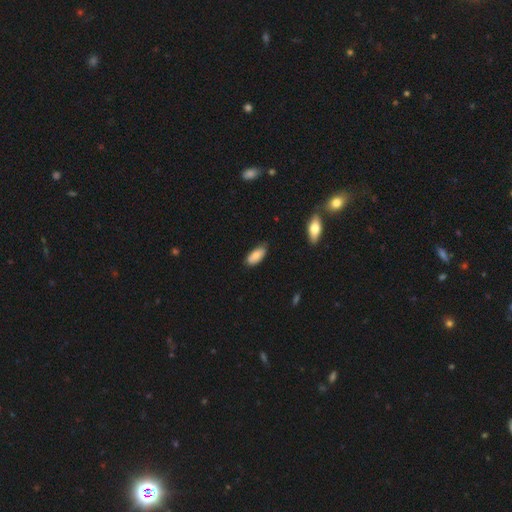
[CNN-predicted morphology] A smooth galaxy with no disk features (83%) that is in between round and cigar-shaped (90%).

Vote fractions:
- Smooth or featured? smooth: 83% / featured or disk: 10% / star or artifact: 7%
- How rounded? in between: 90% / cigar-shaped: 8% / round: 2%
- Merging? none: 70% / minor disturbance: 25% / major disturbance: 3% / merger: 2%